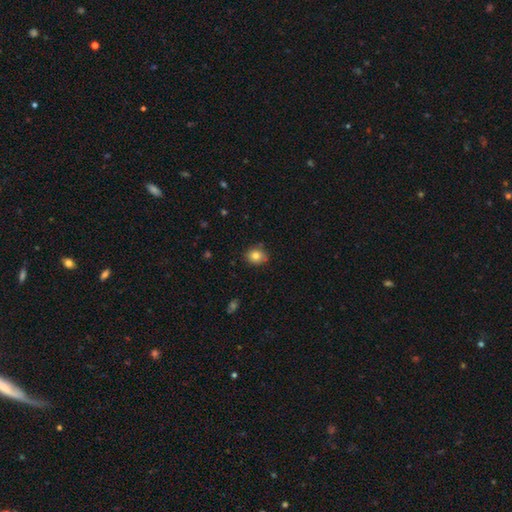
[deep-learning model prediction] A smooth galaxy with no disk features (81%) that is round (62%). Merging: none (80%).